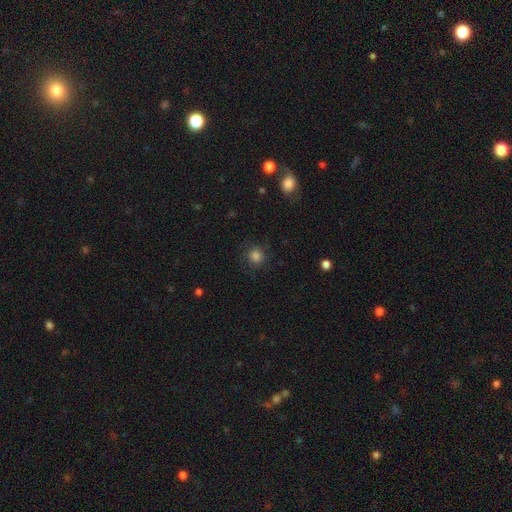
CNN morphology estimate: Smooth or featured?
  - smooth: 80% *
  - star or artifact: 12%
  - featured or disk: 8%
How rounded?
  - round: 90% *
  - in between: 9%
  - cigar-shaped: 1%
Merging?
  - none: 80% *
  - minor disturbance: 12%
  - major disturbance: 6%
  - merger: 1%